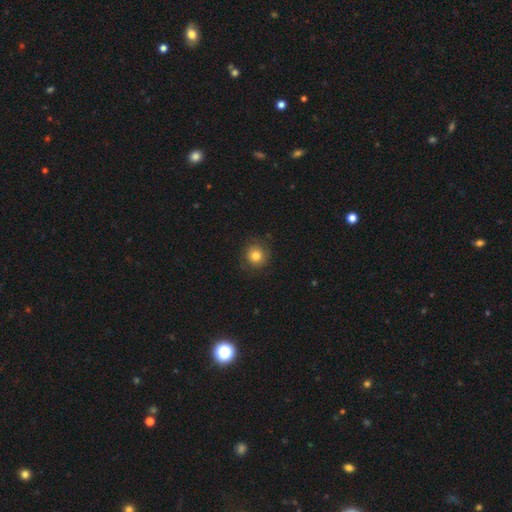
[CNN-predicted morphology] smooth_or_featured: smooth (p=0.79) [alt: star or artifact p=0.11]
how_rounded: round (p=0.91) [alt: in between p=0.08]
merging: none (p=0.83) [alt: minor disturbance p=0.12]